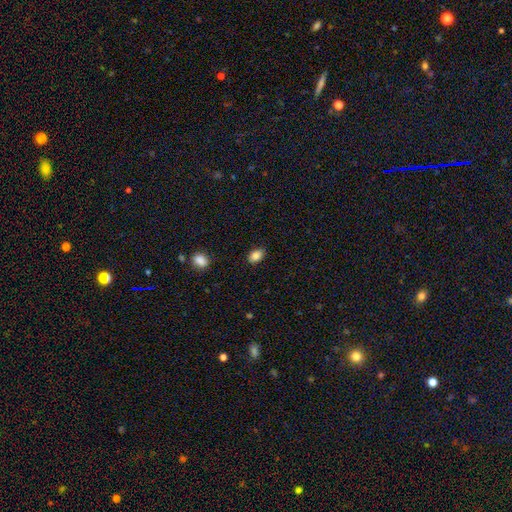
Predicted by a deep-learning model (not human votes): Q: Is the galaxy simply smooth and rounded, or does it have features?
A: smooth — 86%.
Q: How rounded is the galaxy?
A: in between — 84%.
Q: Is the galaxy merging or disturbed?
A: none — 86%.